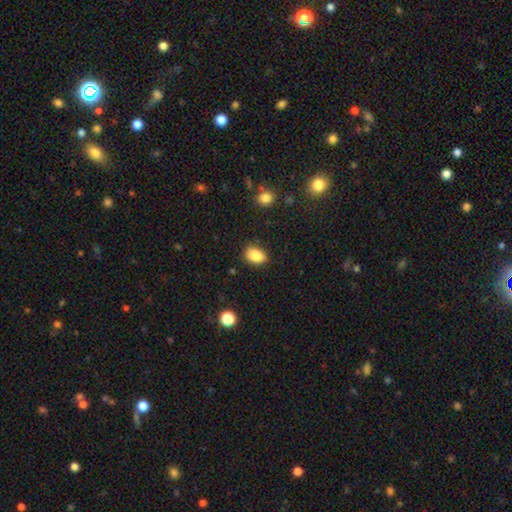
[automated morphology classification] smooth 87%, star or artifact 9%, featured or disk 4%. Down the decision tree: how rounded — in between (80%); merging — none (83%).